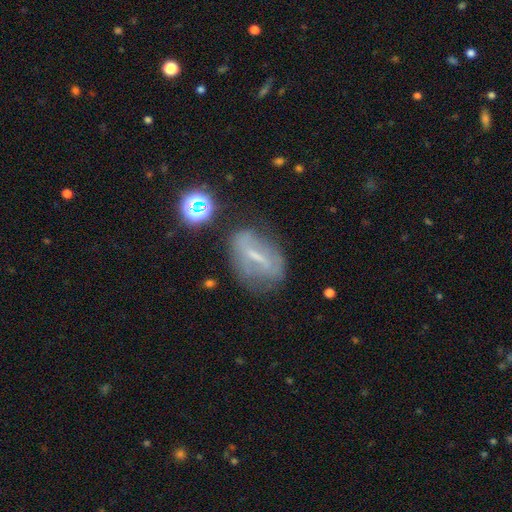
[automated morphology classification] The model was most divided on "spiral arms": no: 52%, yes: 48%. Remaining: edge-on disk — no (87%); merging — none (63%); smooth or featured — featured or disk (59%); bulge size — small (55%); bar — strong (49%).